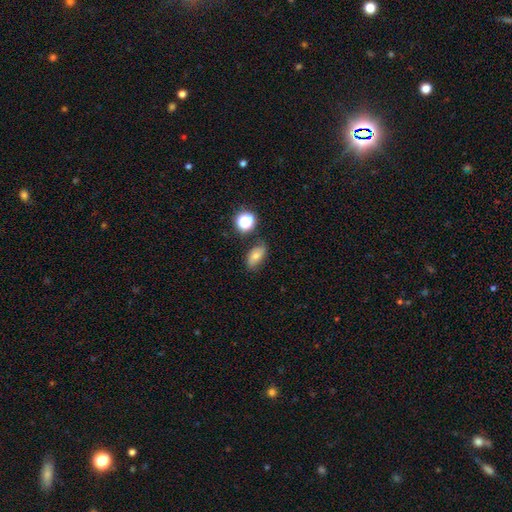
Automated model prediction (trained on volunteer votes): Morphology: type=smooth (62%); roundness=in between (85%); merging=none (74%).